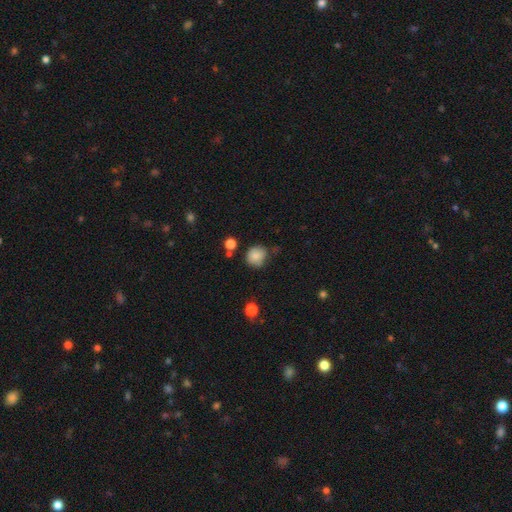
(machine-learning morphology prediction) Smooth or featured? Predicted: smooth (p=0.82). How rounded? Predicted: round (p=0.83). Merging? Predicted: none (p=0.66).